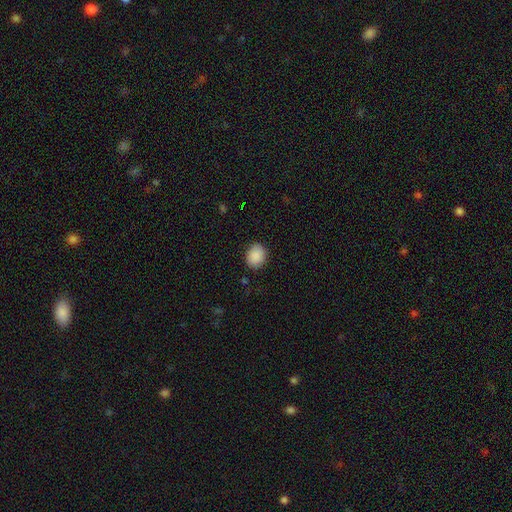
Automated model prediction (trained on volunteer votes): smooth_or_featured: smooth (p=0.89) [alt: star or artifact p=0.08]
how_rounded: round (p=0.62) [alt: in between p=0.37]
merging: none (p=0.86) [alt: minor disturbance p=0.10]